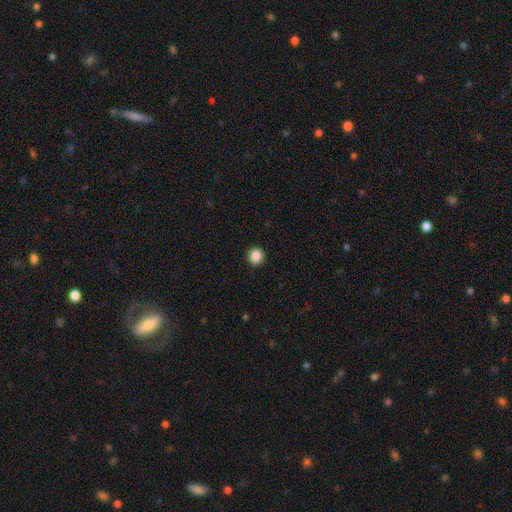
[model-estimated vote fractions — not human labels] The model was most divided on "how rounded": round: 84%, in between: 15%, cigar-shaped: 1%. More confident: merging — none (92%); smooth or featured — smooth (86%).